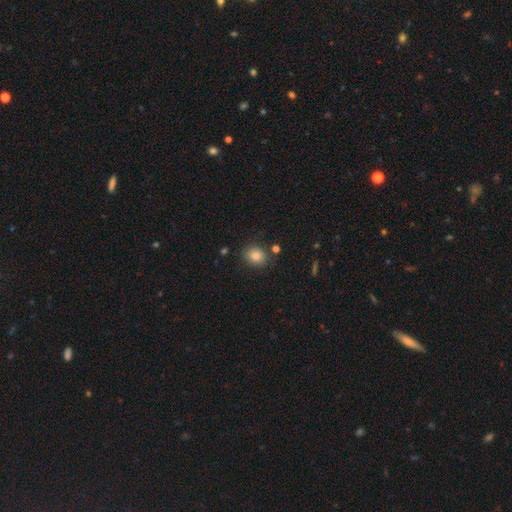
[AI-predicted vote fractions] smooth 81%, star or artifact 11%, featured or disk 8%. Down the decision tree: how rounded — round (62%); merging — none (83%).